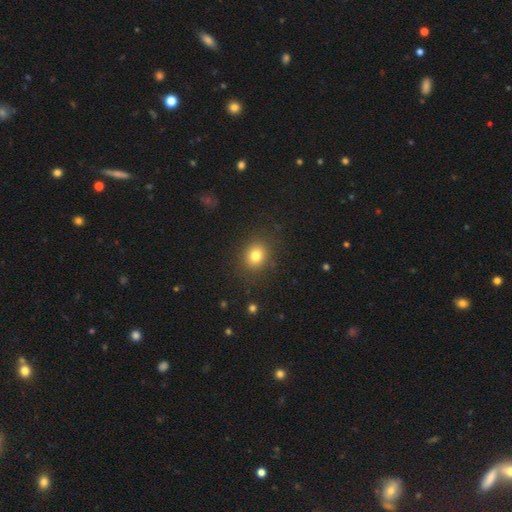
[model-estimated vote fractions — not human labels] Smooth or featured?
  - smooth: 79% *
  - star or artifact: 13%
  - featured or disk: 8%
How rounded?
  - round: 68% *
  - in between: 31%
  - cigar-shaped: 1%
Merging?
  - none: 86% *
  - minor disturbance: 9%
  - major disturbance: 4%
  - merger: 1%